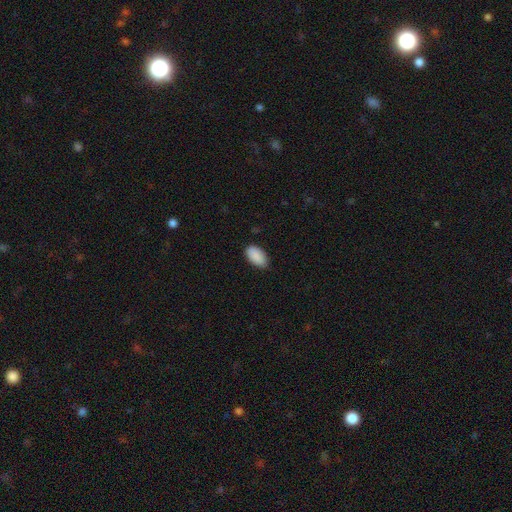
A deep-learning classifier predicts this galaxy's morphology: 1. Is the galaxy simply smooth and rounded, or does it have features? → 90% smooth, 6% star or artifact, 3% featured or disk.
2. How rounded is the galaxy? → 95% in between, 3% round, 2% cigar-shaped.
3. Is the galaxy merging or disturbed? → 82% none, 15% minor disturbance, 2% major disturbance, 1% merger.